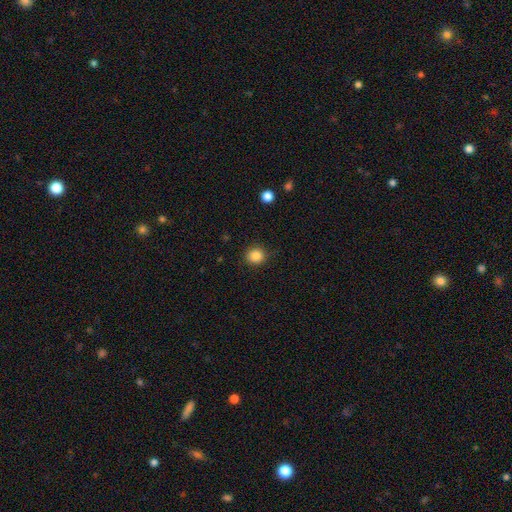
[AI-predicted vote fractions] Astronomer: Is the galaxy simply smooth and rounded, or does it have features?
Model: smooth — 85%.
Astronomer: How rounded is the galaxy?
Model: round — 90%.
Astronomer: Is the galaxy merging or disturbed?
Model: none — 88%.